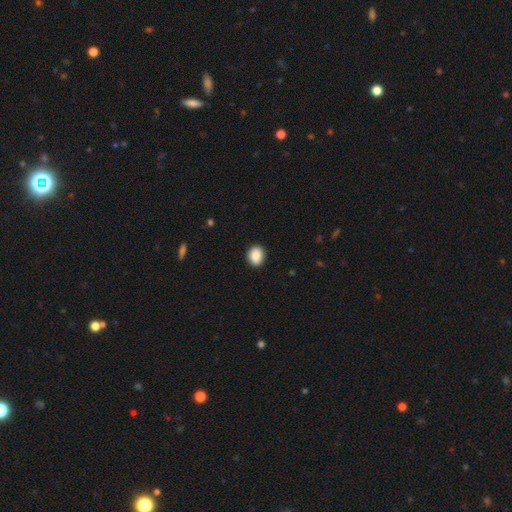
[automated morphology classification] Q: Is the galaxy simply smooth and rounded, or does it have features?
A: smooth — 88%.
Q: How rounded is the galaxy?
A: round — 55%.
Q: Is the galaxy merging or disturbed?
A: none — 87%.